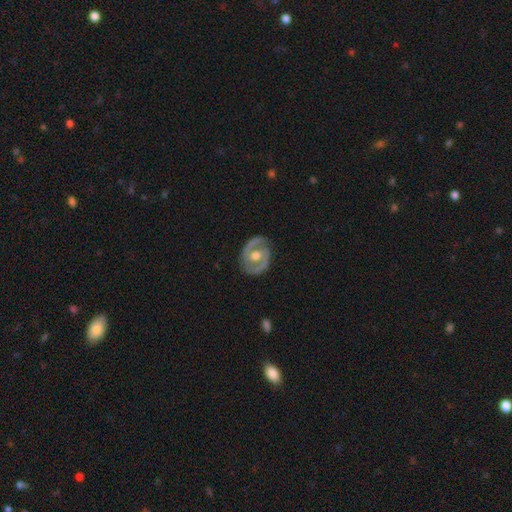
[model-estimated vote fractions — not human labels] smooth_or_featured: featured or disk (p=0.79) [alt: smooth p=0.16]
disk_edge_on: no (p=0.96) [alt: yes p=0.04]
bar: no (p=0.54) [alt: weak p=0.34]
has_spiral_arms: yes (p=0.75) [alt: no p=0.25]
spiral_winding: medium (p=0.44) [alt: tight p=0.42]
spiral_arm_count: 2 (p=0.83) [alt: can't tell p=0.08]
bulge_size: moderate (p=0.66) [alt: large p=0.24]
merging: none (p=0.81) [alt: minor disturbance p=0.13]